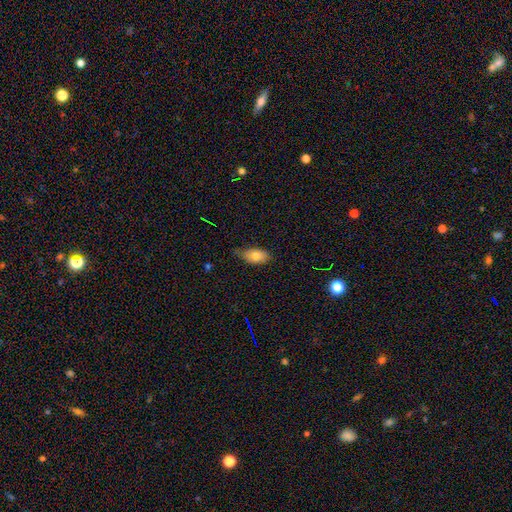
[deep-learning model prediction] Morphology: type=smooth (78%); roundness=in between (91%); merging=none (63%).